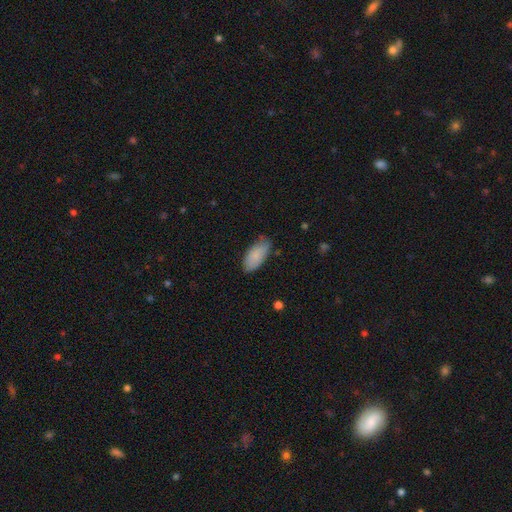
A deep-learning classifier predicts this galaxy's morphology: Smooth or featured? smooth (86%)
How rounded? in between (91%)
Merging? none (72%)